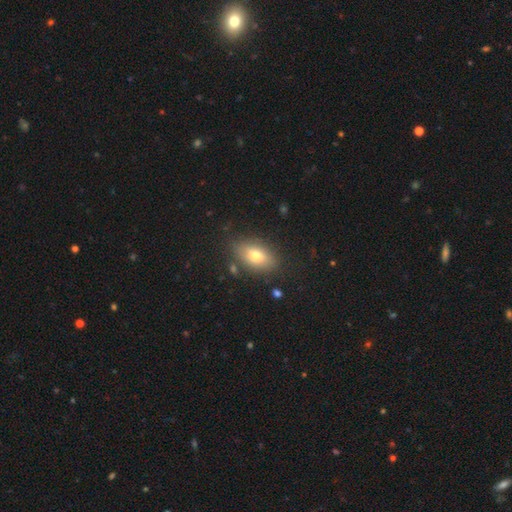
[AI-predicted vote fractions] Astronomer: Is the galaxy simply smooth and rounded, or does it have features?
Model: smooth — 73%.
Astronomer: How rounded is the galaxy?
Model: in between — 88%.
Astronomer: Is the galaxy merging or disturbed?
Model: none — 80%.